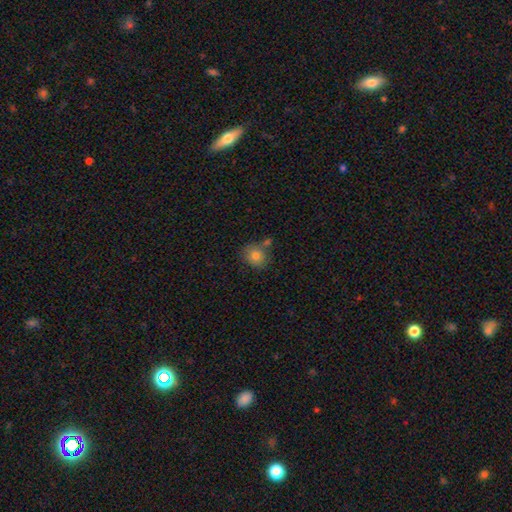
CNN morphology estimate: Smooth or featured: smooth — 80% (star or artifact — 11%)
How rounded: round — 76% (in between — 23%)
Merging: none — 65% (merger — 17%)